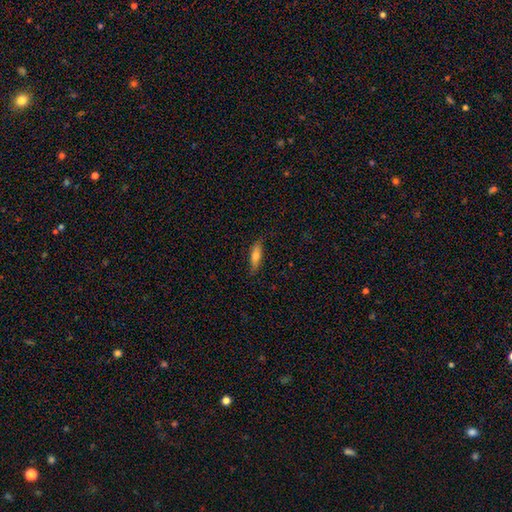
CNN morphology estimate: Overall: smooth (70%). How rounded: cigar-shaped (53%; in between 45%). Merging: none (81%).